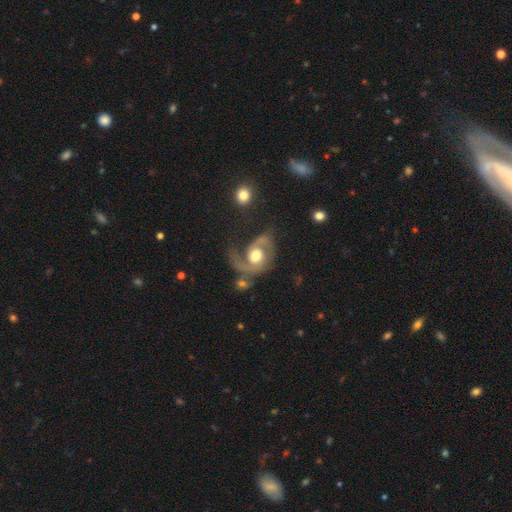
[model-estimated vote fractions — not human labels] smooth_or_featured: featured or disk (p=0.81) [alt: smooth p=0.14]
disk_edge_on: no (p=0.98) [alt: yes p=0.02]
bar: no (p=0.71) [alt: weak p=0.24]
has_spiral_arms: yes (p=0.92) [alt: no p=0.08]
spiral_winding: medium (p=0.46) [alt: loose p=0.36]
spiral_arm_count: 2 (p=0.69) [alt: 1 p=0.23]
bulge_size: moderate (p=0.56) [alt: large p=0.35]
merging: none (p=0.39) [alt: major disturbance p=0.32]